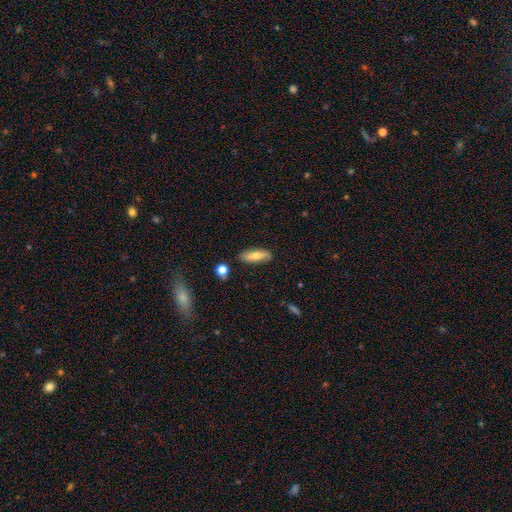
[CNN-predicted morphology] smooth 67%, featured or disk 26%, star or artifact 7%. Down the decision tree: how rounded — in between (53%); merging — none (84%).